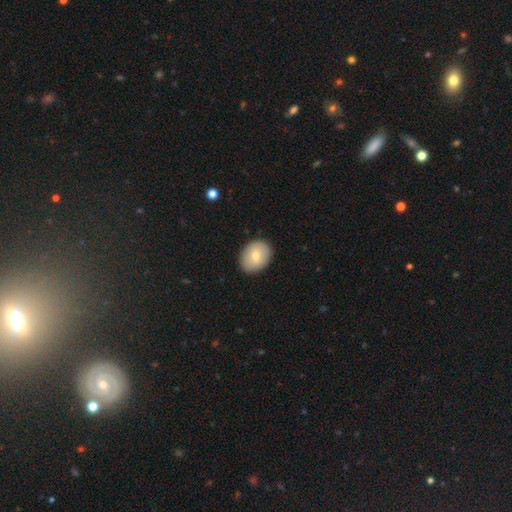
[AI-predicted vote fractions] Smooth or featured? smooth (77%)
How rounded? in between (63%)
Merging? none (88%)